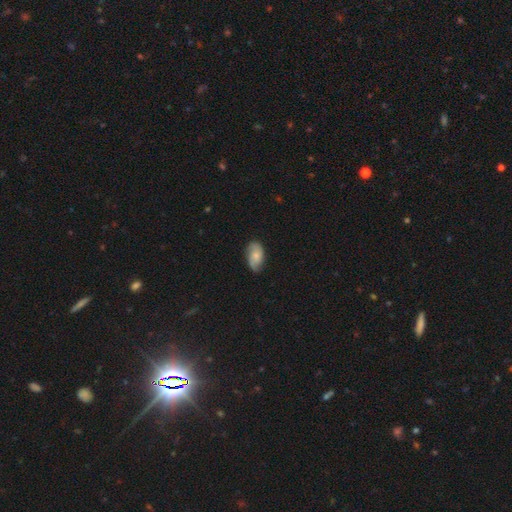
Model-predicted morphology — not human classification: Smooth or featured?
  - smooth: 58% *
  - featured or disk: 35%
  - star or artifact: 7%
How rounded?
  - in between: 92% *
  - round: 5%
  - cigar-shaped: 3%
Merging?
  - none: 71% *
  - minor disturbance: 23%
  - major disturbance: 5%
  - merger: 1%